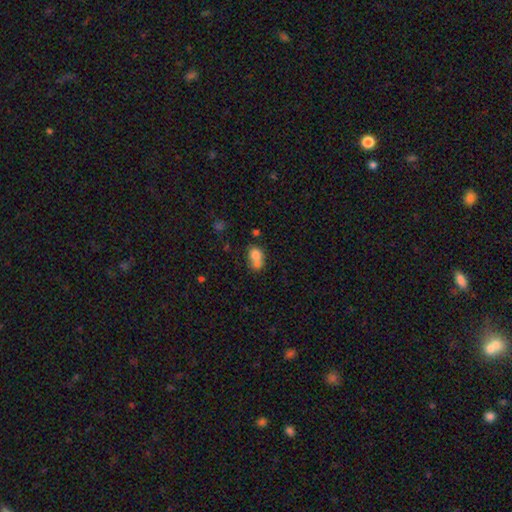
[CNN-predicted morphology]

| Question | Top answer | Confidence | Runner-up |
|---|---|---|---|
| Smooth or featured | smooth | 75% | featured or disk (15%) |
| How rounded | in between | 50% | round (49%) |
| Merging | merger | 59% | none (27%) |